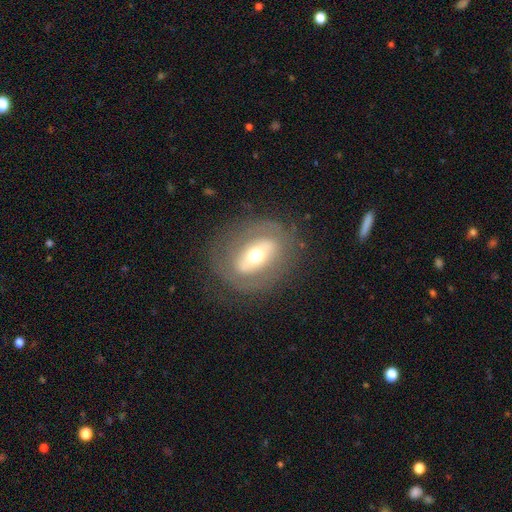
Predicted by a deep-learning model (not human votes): Smooth or featured?
  - featured or disk: 63% *
  - smooth: 29%
  - star or artifact: 7%
Edge-on disk?
  - no: 90% *
  - yes: 10%
Bar?
  - strong: 42% *
  - no: 34%
  - weak: 24%
Spiral arms?
  - no: 65% *
  - yes: 35%
Bulge size?
  - moderate: 62% *
  - small: 24%
  - large: 11%
  - dominant: 2%
  - none: 1%
Merging?
  - none: 76% *
  - minor disturbance: 13%
  - major disturbance: 10%
  - merger: 1%